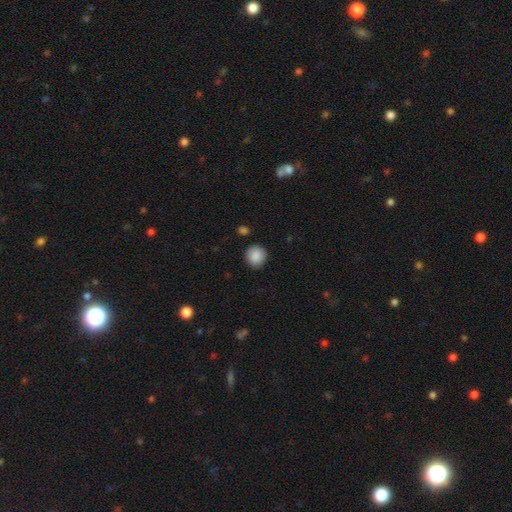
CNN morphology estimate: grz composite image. It shows a smooth galaxy with no disk features (89%) that is round (87%). Merging: none (88%).